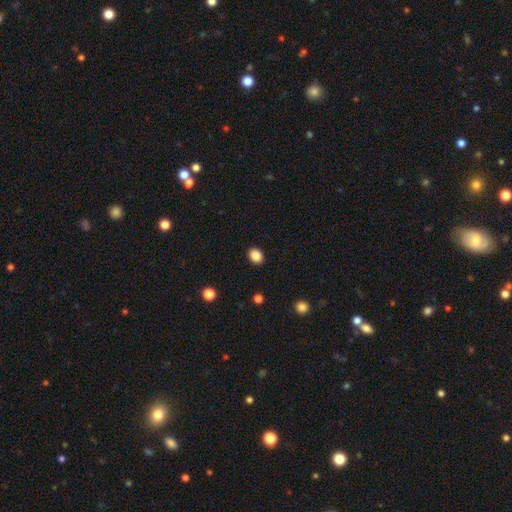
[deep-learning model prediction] This appears to be a smooth galaxy with no disk features (86%) that is round (55%). Merging: none (91%).